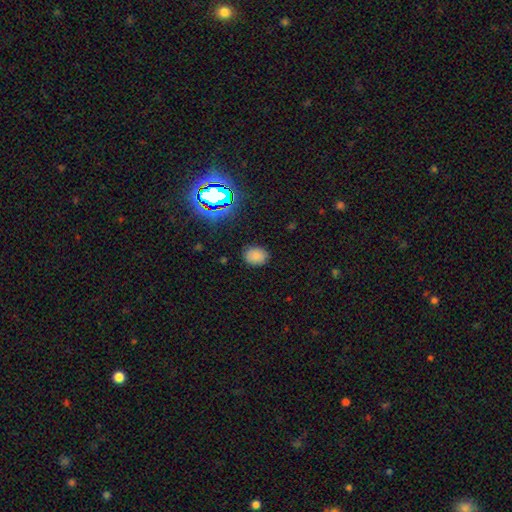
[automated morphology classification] Overall: smooth (78%). How rounded: in between (63%; round 36%). Merging: none (85%).